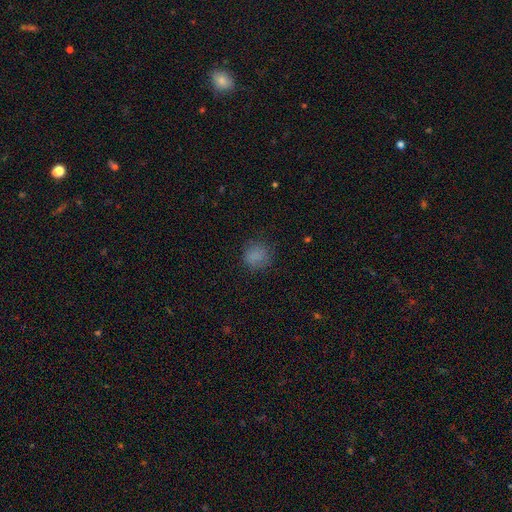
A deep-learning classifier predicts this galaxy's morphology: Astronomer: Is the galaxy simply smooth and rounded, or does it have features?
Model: smooth — 81%.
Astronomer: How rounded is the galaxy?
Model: round — 87%.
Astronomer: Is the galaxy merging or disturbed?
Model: none — 80%.